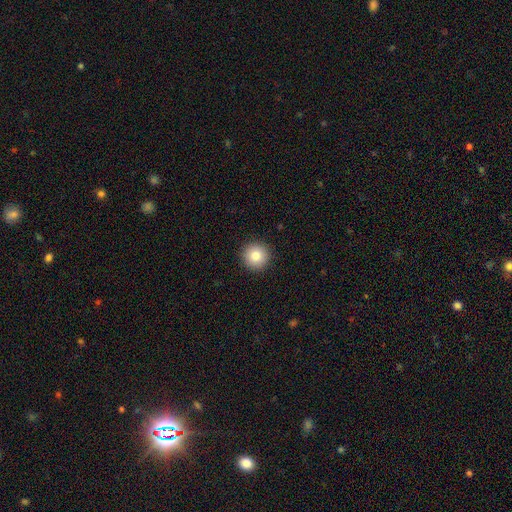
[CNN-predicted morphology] type=smooth (83%); roundness=round (96%); merging=none (93%).